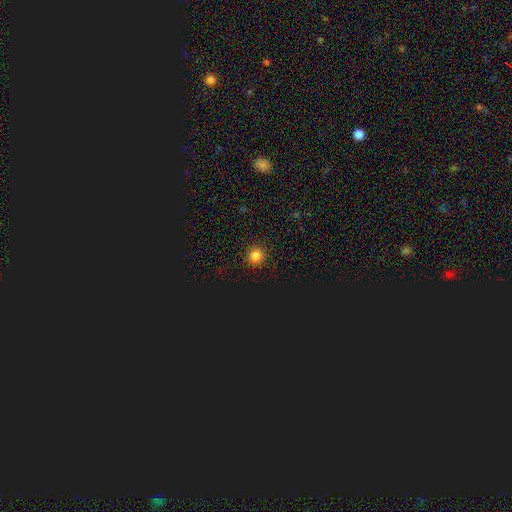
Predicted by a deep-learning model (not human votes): A smooth galaxy with no disk features (78%) that is round (94%). Merging: none (91%).